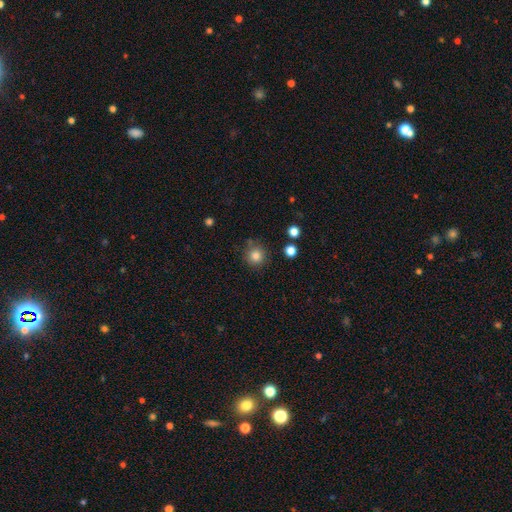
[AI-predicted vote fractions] Smooth or featured: smooth — 83% (star or artifact — 12%)
How rounded: round — 93% (in between — 6%)
Merging: none — 83% (minor disturbance — 10%)